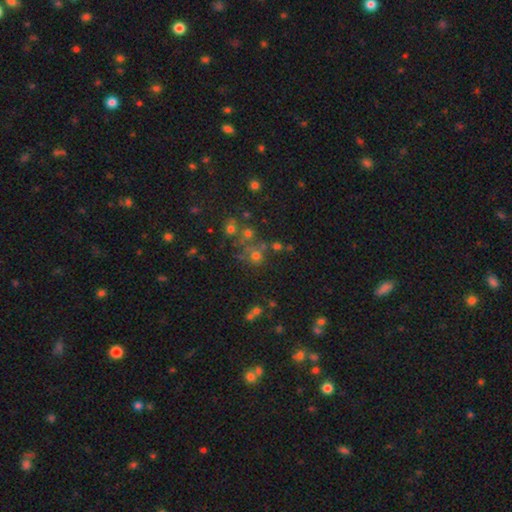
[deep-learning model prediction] smooth_or_featured: smooth (p=0.57) [alt: star or artifact p=0.28]
how_rounded: round (p=0.84) [alt: in between p=0.15]
merging: none (p=0.58) [alt: merger p=0.24]